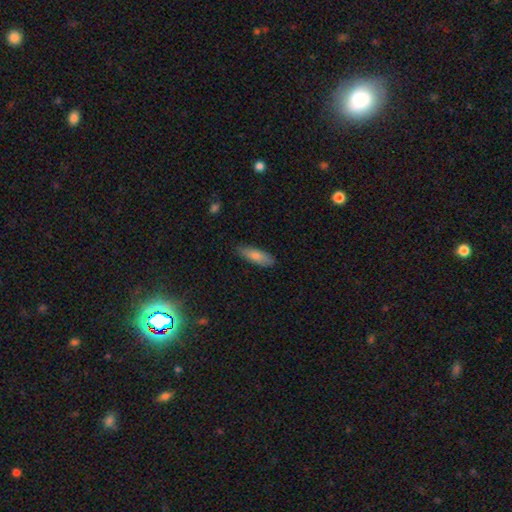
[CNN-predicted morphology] A smooth galaxy with no disk features (75%) that is in between round and cigar-shaped (53%).

Vote fractions:
- Smooth or featured? smooth: 75% / featured or disk: 18% / star or artifact: 7%
- How rounded? in between: 53% / cigar-shaped: 45% / round: 2%
- Merging? none: 83% / minor disturbance: 13% / major disturbance: 2% / merger: 1%